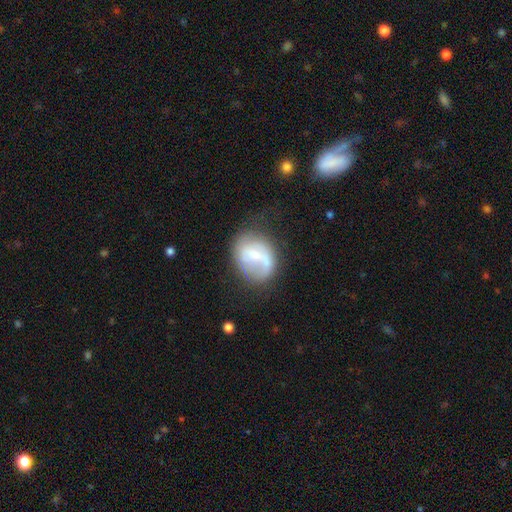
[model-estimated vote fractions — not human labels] A featured or disk galaxy (48%). Merging: none (44%).